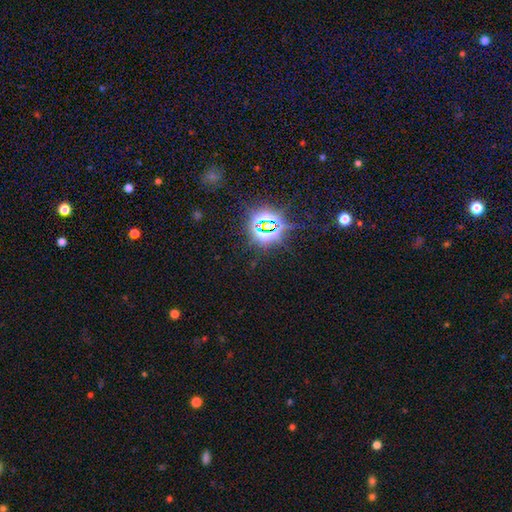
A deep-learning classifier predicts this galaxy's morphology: Smooth or featured: star or artifact — 83% (smooth — 11%)